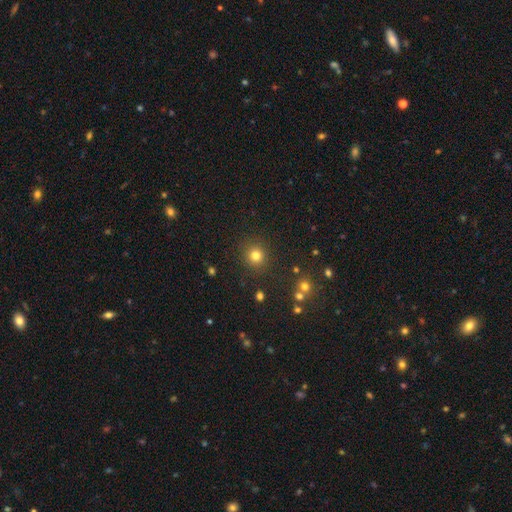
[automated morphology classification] A smooth galaxy with no disk features (80%) that is round (93%).

Vote fractions:
- Smooth or featured? smooth: 80% / star or artifact: 15% / featured or disk: 6%
- How rounded? round: 93% / in between: 6% / cigar-shaped: 1%
- Merging? none: 89% / minor disturbance: 6% / major disturbance: 3% / merger: 2%